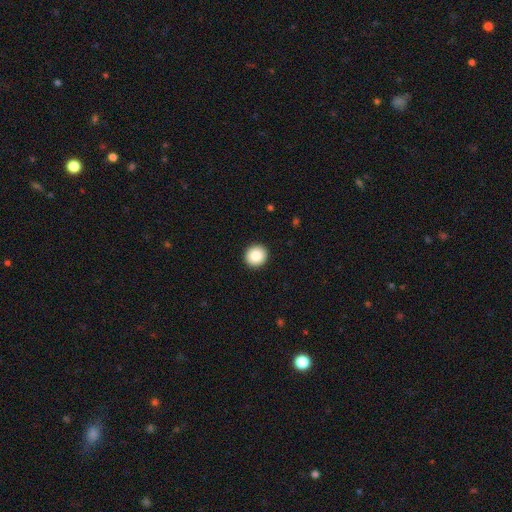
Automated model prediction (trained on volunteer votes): This is clearly a smooth galaxy (88%). How rounded: clearly round (91%). Merging: clearly none (93%).